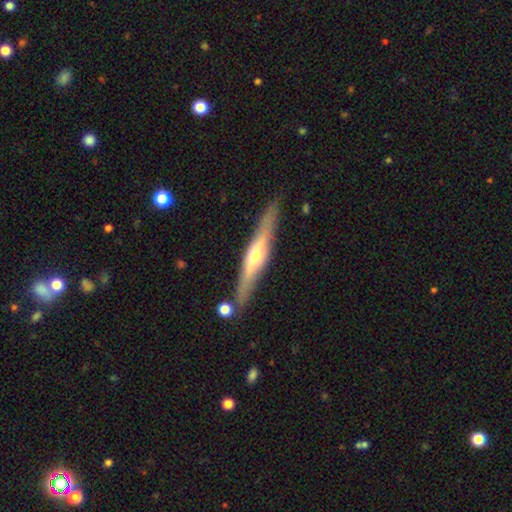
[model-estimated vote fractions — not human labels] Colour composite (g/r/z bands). It shows a featured or disk galaxy (67%) viewed edge-on (94%) with a rounded central bulge (85%). Merging: none (84%).